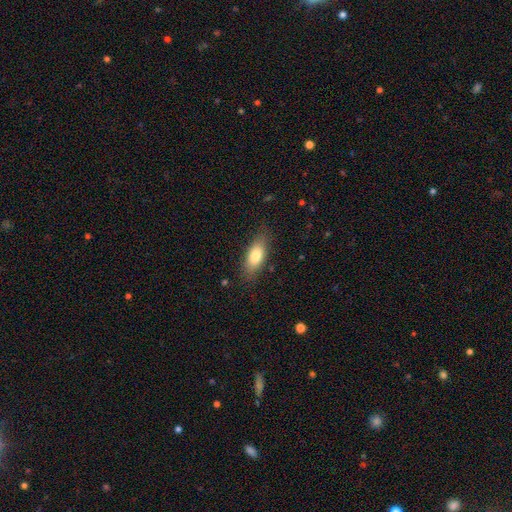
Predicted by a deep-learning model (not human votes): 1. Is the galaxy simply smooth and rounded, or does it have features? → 77% smooth, 16% featured or disk, 7% star or artifact.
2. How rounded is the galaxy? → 77% in between, 20% cigar-shaped, 3% round.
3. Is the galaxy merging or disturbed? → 81% none, 15% minor disturbance, 4% major disturbance, 1% merger.